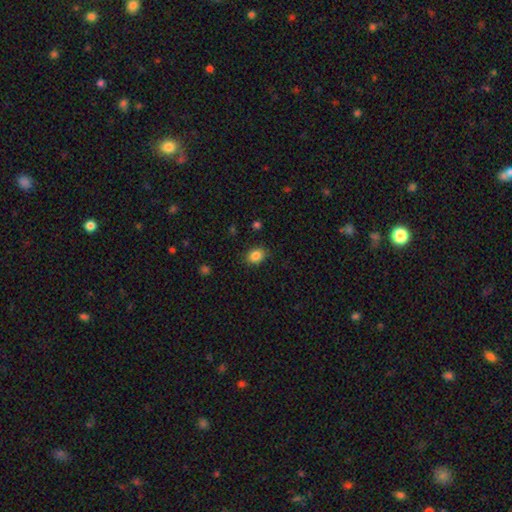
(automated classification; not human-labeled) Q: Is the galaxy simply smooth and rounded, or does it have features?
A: smooth — 86%.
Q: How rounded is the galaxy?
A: in between — 57%.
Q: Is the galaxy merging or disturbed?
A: none — 87%.